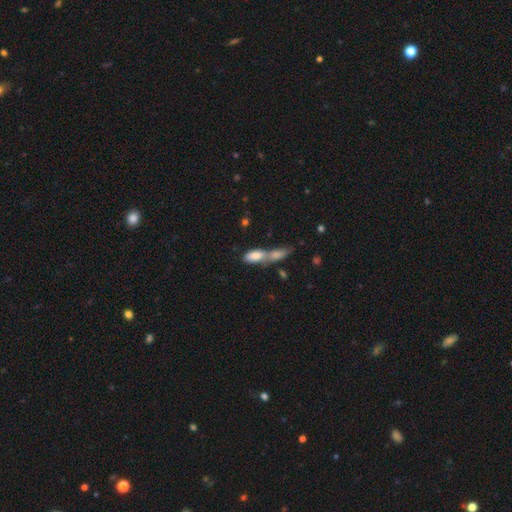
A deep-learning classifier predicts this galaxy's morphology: Smooth or featured? Predicted: smooth (p=0.80). How rounded? Predicted: in between (p=0.82). Merging? Predicted: merger (p=0.67).